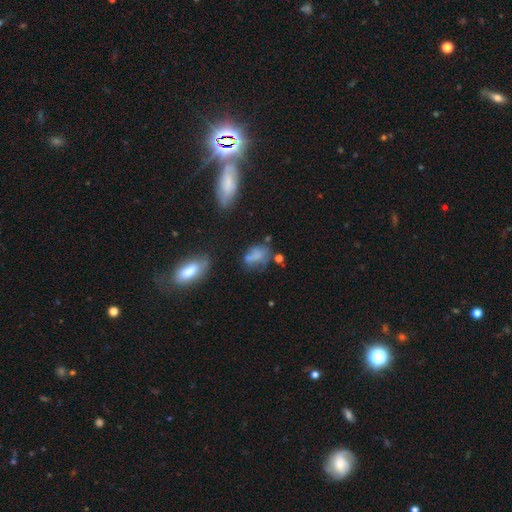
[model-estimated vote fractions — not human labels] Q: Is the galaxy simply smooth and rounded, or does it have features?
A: smooth — 61%.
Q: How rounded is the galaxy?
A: in between — 74%.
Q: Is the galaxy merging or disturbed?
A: none — 38%.